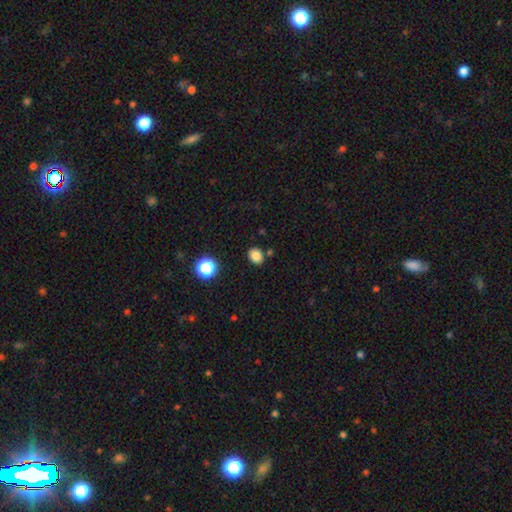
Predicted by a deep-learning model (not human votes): Morphology: type=smooth (83%); roundness=round (52%); merging=none (84%).